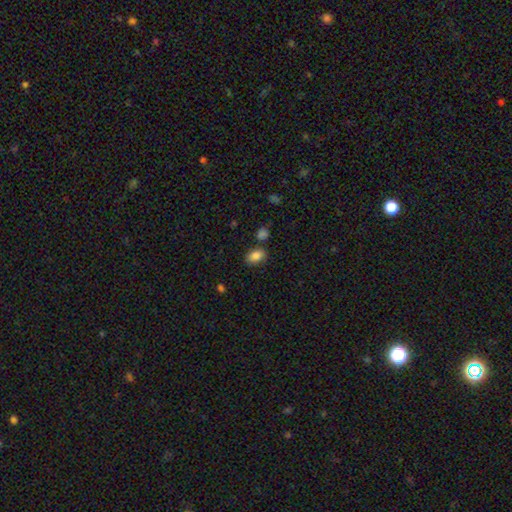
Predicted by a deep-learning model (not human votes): A smooth galaxy with no disk features (85%) that is in between round and cigar-shaped (85%). Merging: none (79%).